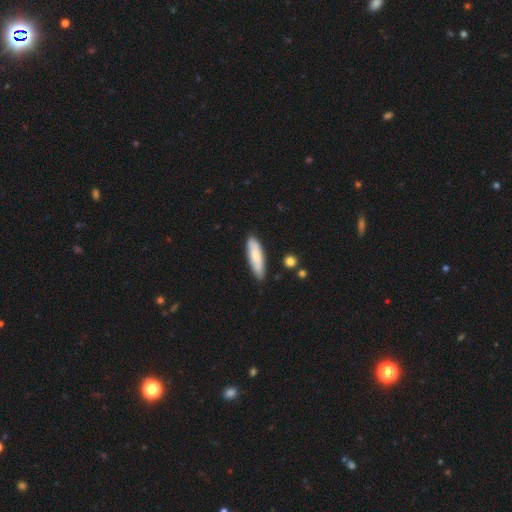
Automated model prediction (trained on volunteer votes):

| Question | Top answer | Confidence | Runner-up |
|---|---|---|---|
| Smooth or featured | smooth | 78% | featured or disk (17%) |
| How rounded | cigar-shaped | 60% | in between (39%) |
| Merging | none | 83% | minor disturbance (13%) |